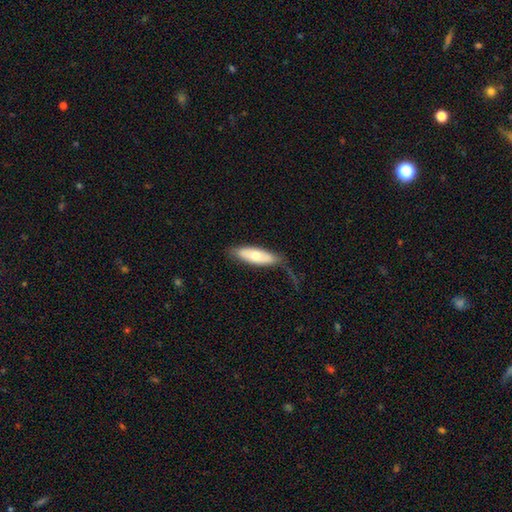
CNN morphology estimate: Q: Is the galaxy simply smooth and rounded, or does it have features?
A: smooth — 62%.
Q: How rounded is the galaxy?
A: in between — 64%.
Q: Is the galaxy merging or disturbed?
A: none — 60%.